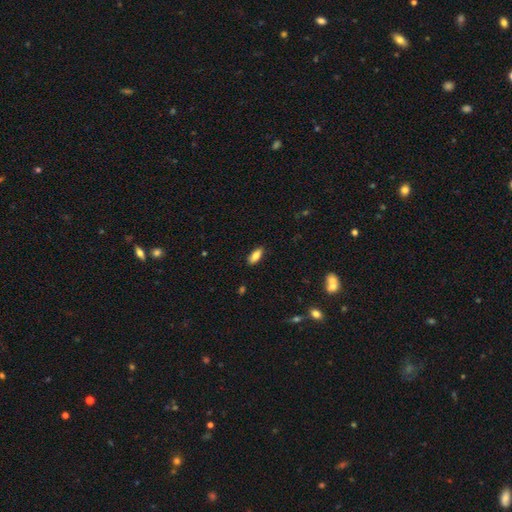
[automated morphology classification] Overall: smooth (81%). How rounded: in between (82%). Merging: none (87%).